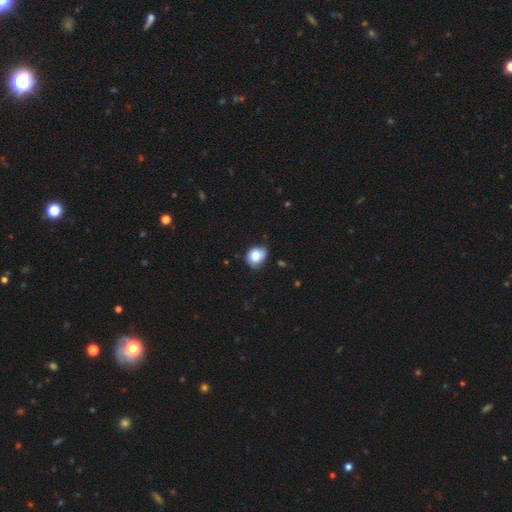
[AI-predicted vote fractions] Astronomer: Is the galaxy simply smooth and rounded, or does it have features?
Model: smooth — 83%.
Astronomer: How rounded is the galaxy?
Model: in between — 51% (runner-up: round, 48%).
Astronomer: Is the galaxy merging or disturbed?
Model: none — 61%.